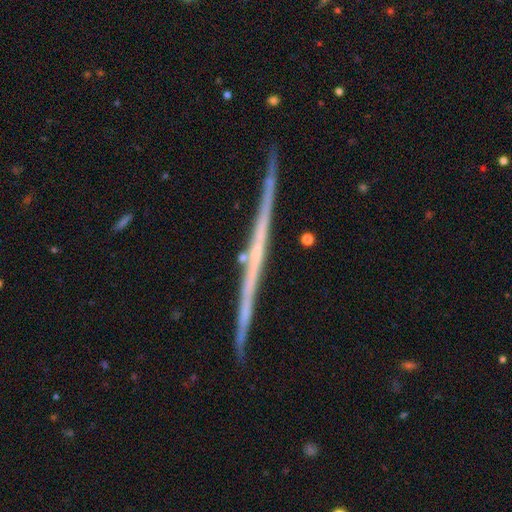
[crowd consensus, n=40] Volunteers were most divided on "merging": none: 76%, minor disturbance: 24%, major disturbance: 0%, merger: 0%. More confident: edge-on disk — yes (100%); edge-on bulge — none (97%); smooth or featured — featured or disk (78%).